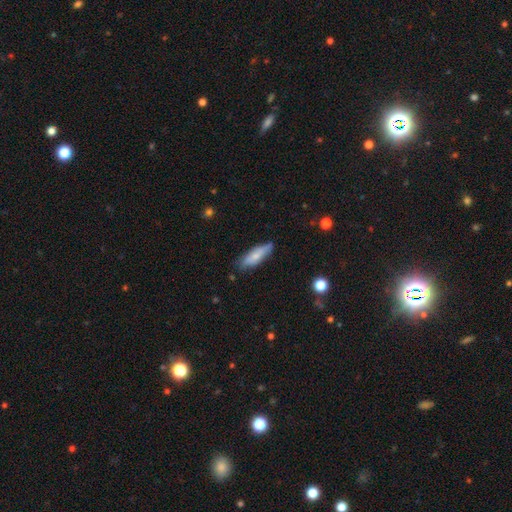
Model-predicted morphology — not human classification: Q: Smooth or featured?
A: smooth (67%); runner-up: featured or disk (27%)
Q: How rounded?
A: cigar-shaped (54%); runner-up: in between (44%)
Q: Merging?
A: none (75%); runner-up: minor disturbance (20%)